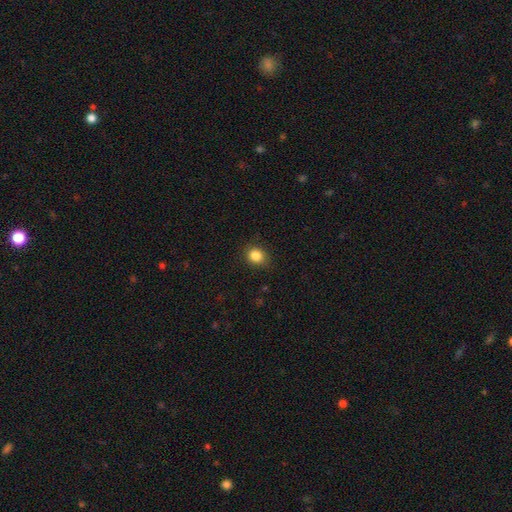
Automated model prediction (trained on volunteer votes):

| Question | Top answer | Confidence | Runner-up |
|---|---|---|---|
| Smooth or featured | smooth | 85% | star or artifact (11%) |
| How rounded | round | 72% | in between (27%) |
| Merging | none | 86% | minor disturbance (11%) |